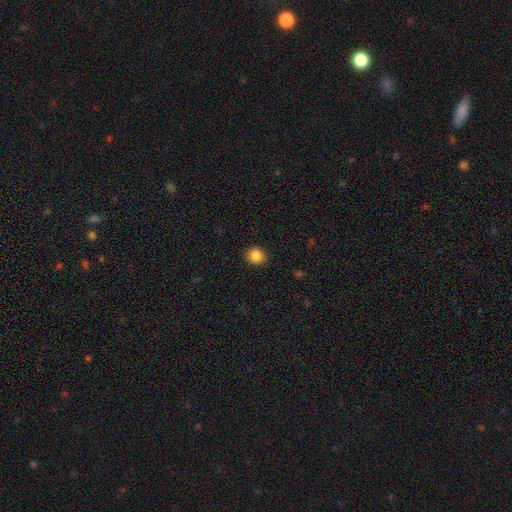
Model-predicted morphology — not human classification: A smooth galaxy with no disk features (86%) that is round (83%). Merging: none (90%).